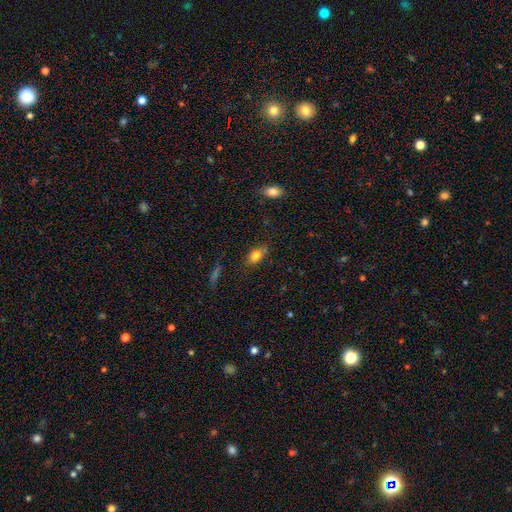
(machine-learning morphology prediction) Smooth or featured? Predicted: smooth (p=0.77). How rounded? Predicted: in between (p=0.79). Merging? Predicted: none (p=0.74).